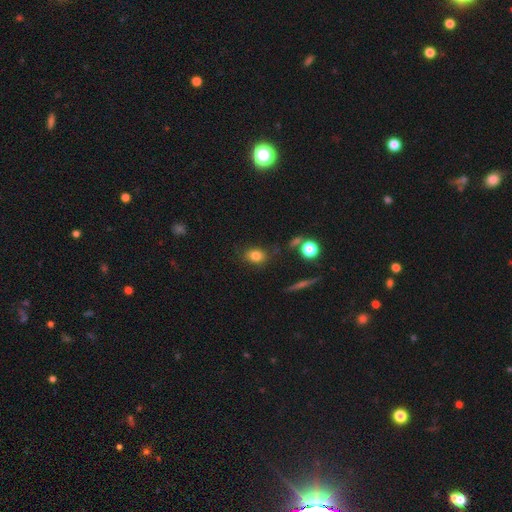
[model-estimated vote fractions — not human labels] Smooth or featured? Predicted: smooth (p=0.81). How rounded? Predicted: in between (p=0.60). Merging? Predicted: none (p=0.75).